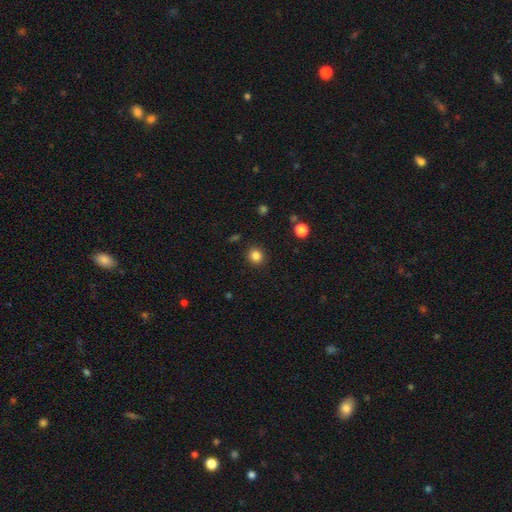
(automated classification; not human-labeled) A smooth galaxy with no disk features (84%) that is round (85%).

Vote fractions:
- Smooth or featured? smooth: 84% / star or artifact: 12% / featured or disk: 4%
- How rounded? round: 85% / in between: 14% / cigar-shaped: 1%
- Merging? none: 90% / minor disturbance: 7% / major disturbance: 2% / merger: 1%